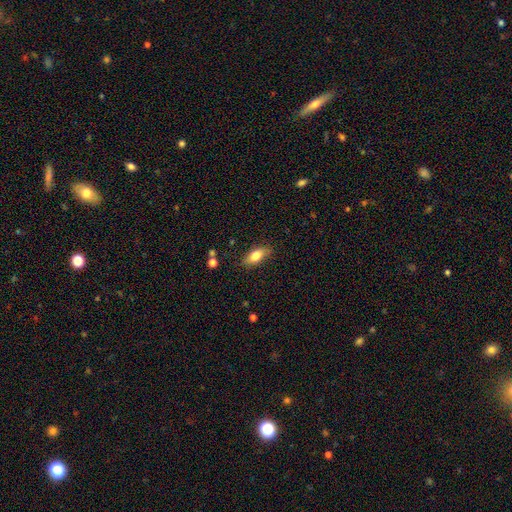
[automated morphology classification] type=smooth (74%); roundness=in between (78%); merging=none (83%).